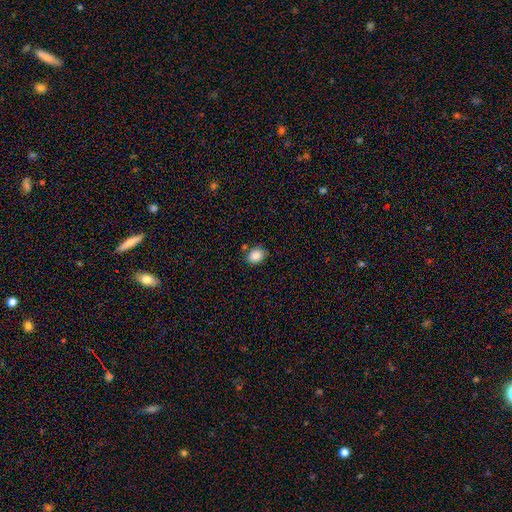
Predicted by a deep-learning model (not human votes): The model was most divided on "how rounded": in between: 58%, round: 41%, cigar-shaped: 1%. More confident: smooth or featured — smooth (86%); merging — none (76%).